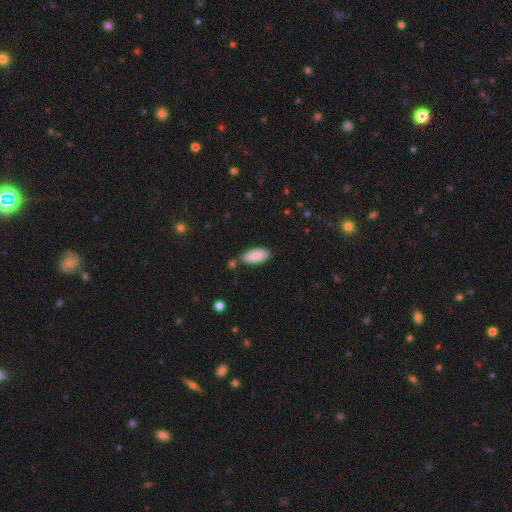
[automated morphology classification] A smooth galaxy with no disk features (89%) that is in between round and cigar-shaped (85%). Merging: none (79%).